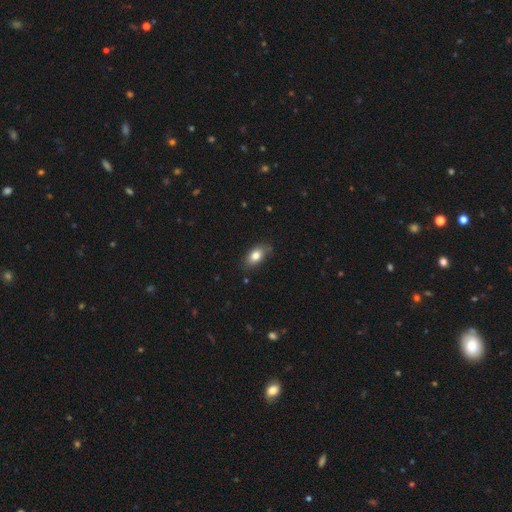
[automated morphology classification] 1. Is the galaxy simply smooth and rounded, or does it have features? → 80% smooth, 12% featured or disk, 8% star or artifact.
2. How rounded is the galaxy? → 89% in between, 8% round, 3% cigar-shaped.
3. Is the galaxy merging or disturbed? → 78% none, 18% minor disturbance, 3% major disturbance, 1% merger.